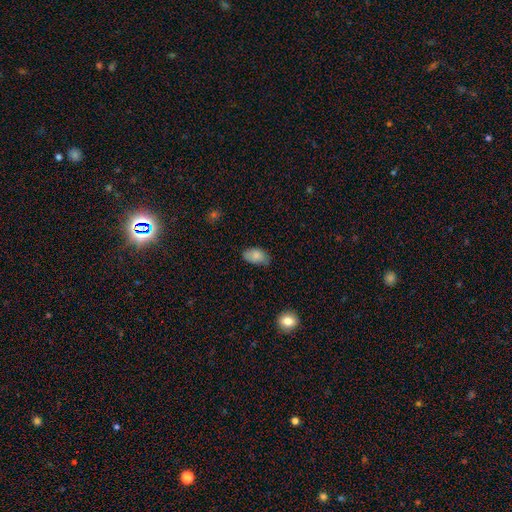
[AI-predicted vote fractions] smooth-or-featured: smooth: 82% | featured or disk: 10% | star or artifact: 8%
  how-rounded: in between: 91% | round: 7% | cigar-shaped: 1%
  merging: none: 62% | minor disturbance: 31% | major disturbance: 6% | merger: 2%